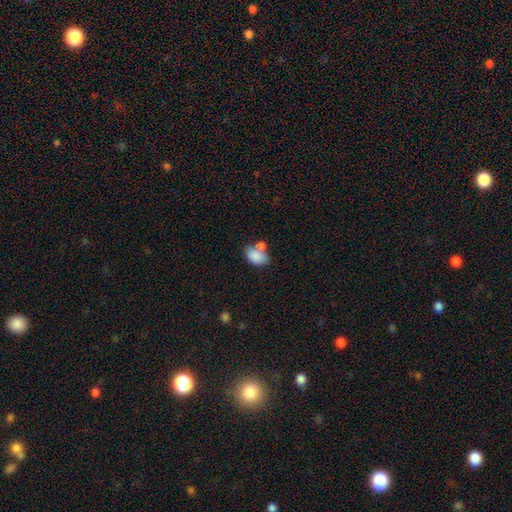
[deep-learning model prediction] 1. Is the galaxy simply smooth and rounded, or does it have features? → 83% smooth, 9% featured or disk, 8% star or artifact.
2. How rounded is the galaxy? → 85% in between, 14% round, 1% cigar-shaped.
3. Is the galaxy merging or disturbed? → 44% none, 33% merger, 17% minor disturbance, 6% major disturbance.